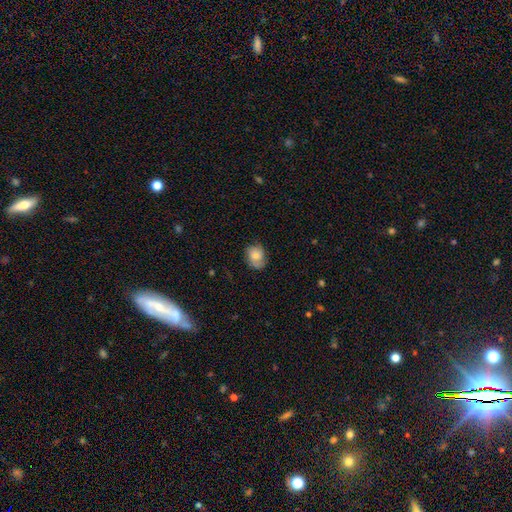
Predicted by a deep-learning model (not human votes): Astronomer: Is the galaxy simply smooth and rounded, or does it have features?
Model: smooth — 68%.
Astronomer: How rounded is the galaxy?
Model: in between — 50% (runner-up: round, 49%).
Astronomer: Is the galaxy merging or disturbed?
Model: none — 66%.